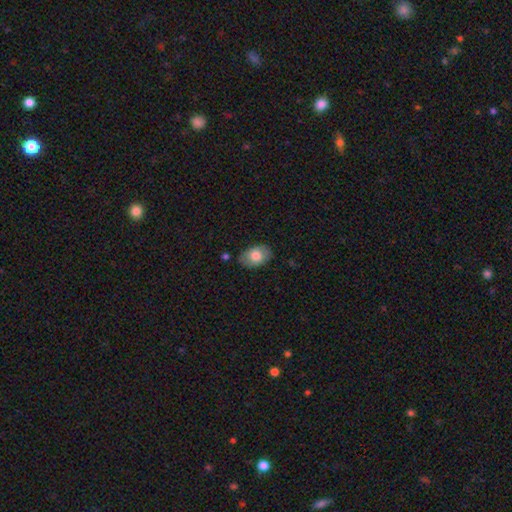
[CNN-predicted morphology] smooth 78%, featured or disk 15%, star or artifact 7%. Down the decision tree: how rounded — in between (86%); merging — none (80%).